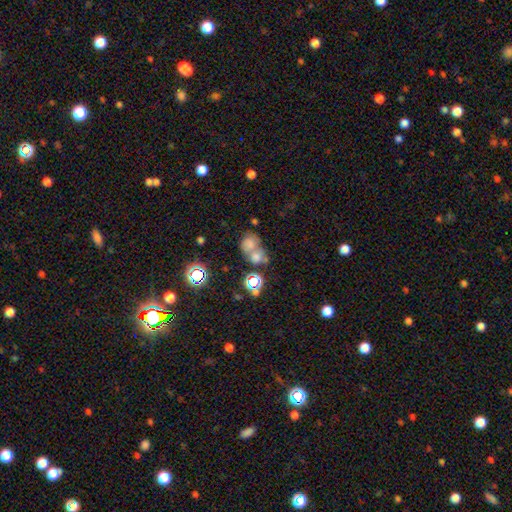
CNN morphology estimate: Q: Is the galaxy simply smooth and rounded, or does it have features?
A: smooth — 55%.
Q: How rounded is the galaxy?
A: round — 66%.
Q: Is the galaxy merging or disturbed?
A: merger — 52%.